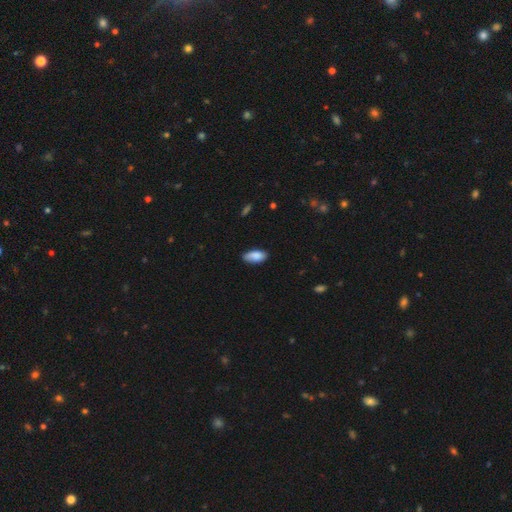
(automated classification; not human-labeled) The model was most divided on "merging": none: 76%, minor disturbance: 20%, major disturbance: 3%, merger: 1%. More confident: how rounded — in between (91%); smooth or featured — smooth (87%).